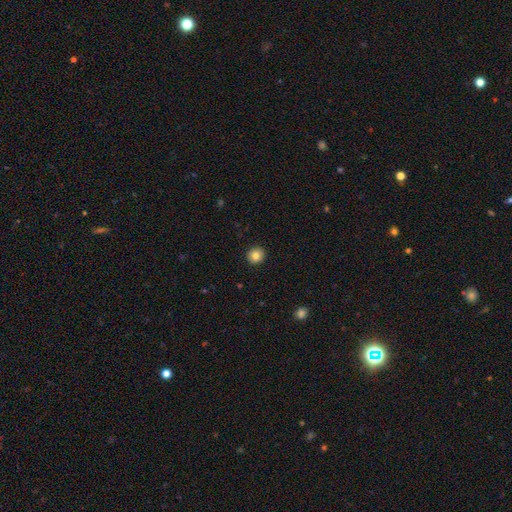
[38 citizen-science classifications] smooth_or_featured: smooth (p=0.79) [alt: featured or disk p=0.21]
how_rounded: round (p=0.97) [alt: in between p=0.03]
merging: none (p=0.84) [alt: minor disturbance p=0.11]